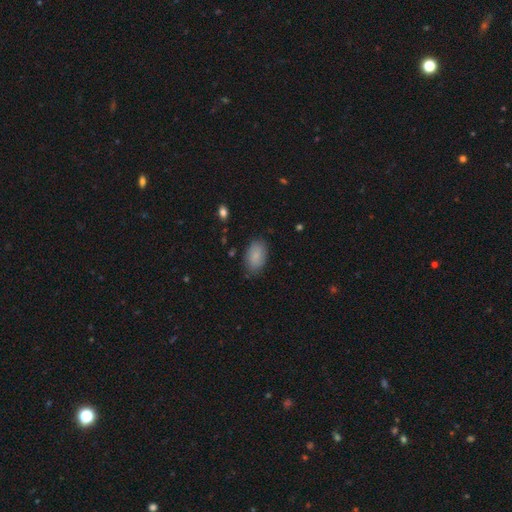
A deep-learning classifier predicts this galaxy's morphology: type=smooth (84%); roundness=in between (92%); merging=none (81%).